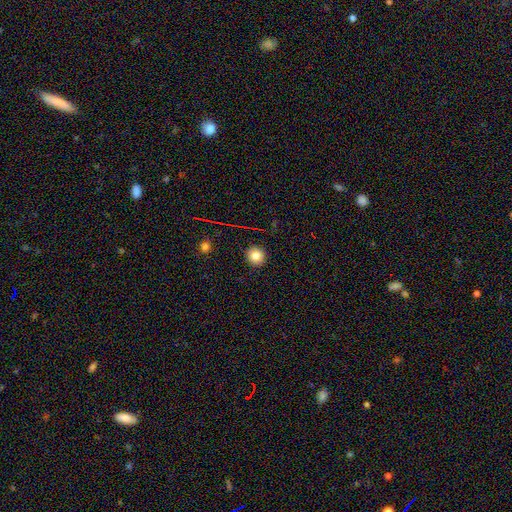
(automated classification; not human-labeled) Smooth or featured? smooth (80%)
How rounded? round (94%)
Merging? none (92%)